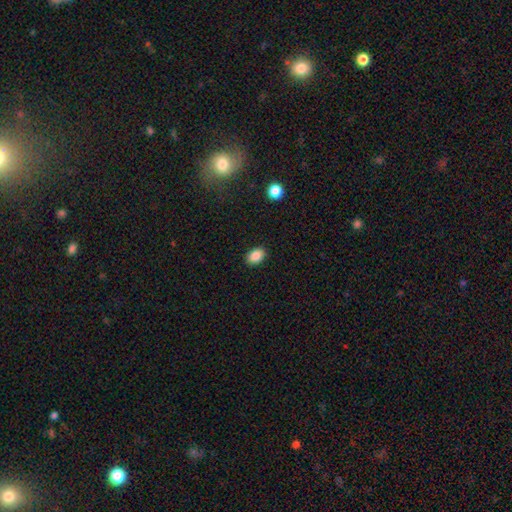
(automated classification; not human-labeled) Smooth or featured?
  - smooth: 88% *
  - star or artifact: 9%
  - featured or disk: 4%
How rounded?
  - in between: 82% *
  - round: 17%
  - cigar-shaped: 1%
Merging?
  - none: 89% *
  - minor disturbance: 8%
  - major disturbance: 2%
  - merger: 1%